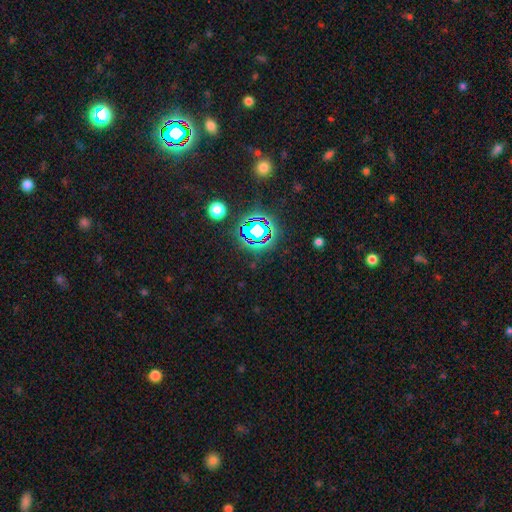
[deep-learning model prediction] Smooth or featured? star or artifact (78%)